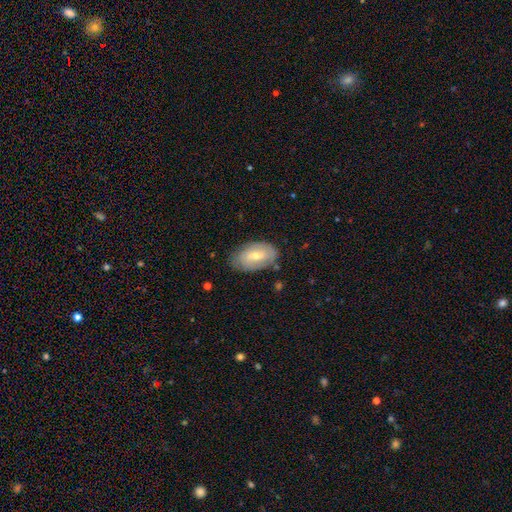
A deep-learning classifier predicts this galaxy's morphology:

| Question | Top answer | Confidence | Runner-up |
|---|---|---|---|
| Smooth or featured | smooth | 49% | featured or disk (44%) |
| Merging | none | 73% | minor disturbance (21%) |